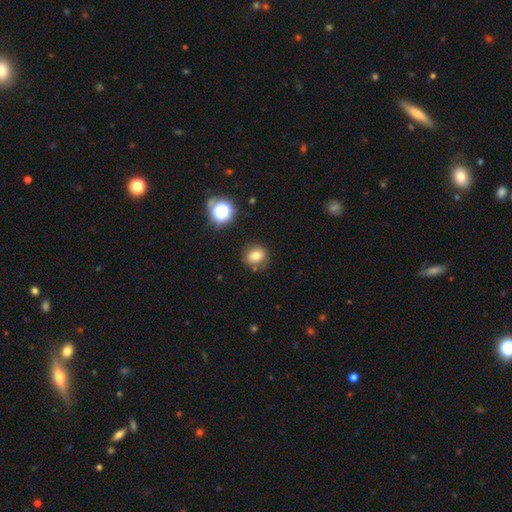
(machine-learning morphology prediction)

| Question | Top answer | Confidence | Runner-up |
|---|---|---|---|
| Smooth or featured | smooth | 77% | star or artifact (14%) |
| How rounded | round | 64% | in between (35%) |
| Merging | none | 81% | minor disturbance (12%) |